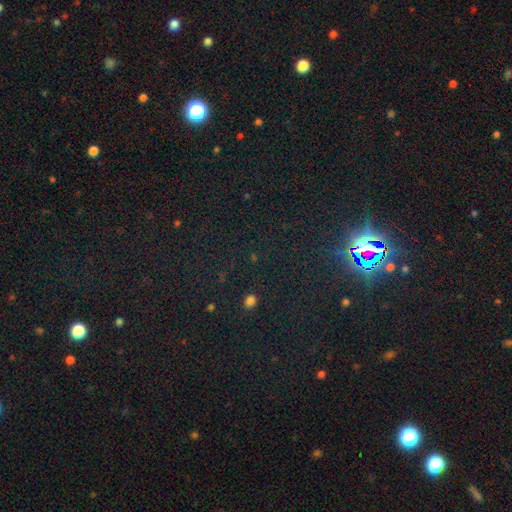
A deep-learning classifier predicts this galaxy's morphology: Smooth or featured?
  - star or artifact: 78% *
  - smooth: 14%
  - featured or disk: 8%